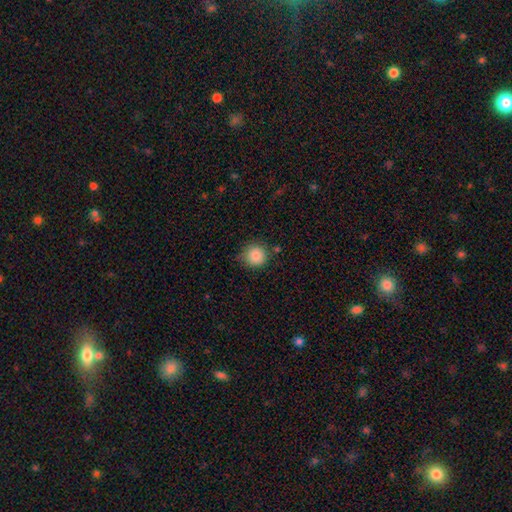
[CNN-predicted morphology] smooth-or-featured: smooth: 86% | star or artifact: 10% | featured or disk: 4%
  how-rounded: round: 93% | in between: 6% | cigar-shaped: 1%
  merging: none: 78% | minor disturbance: 16% | major disturbance: 4% | merger: 3%